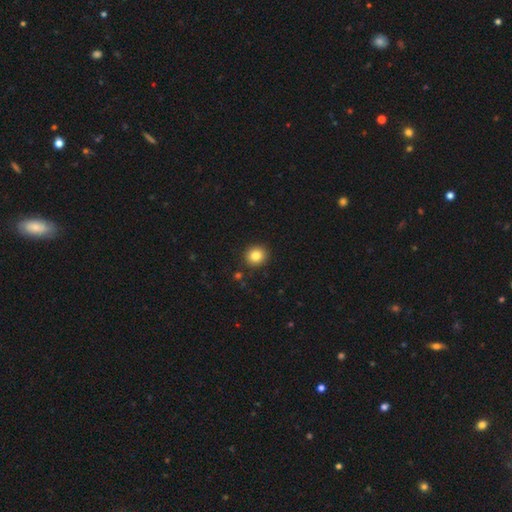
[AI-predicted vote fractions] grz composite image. It shows a smooth galaxy with no disk features (84%) that is round (86%). Merging: none (91%).